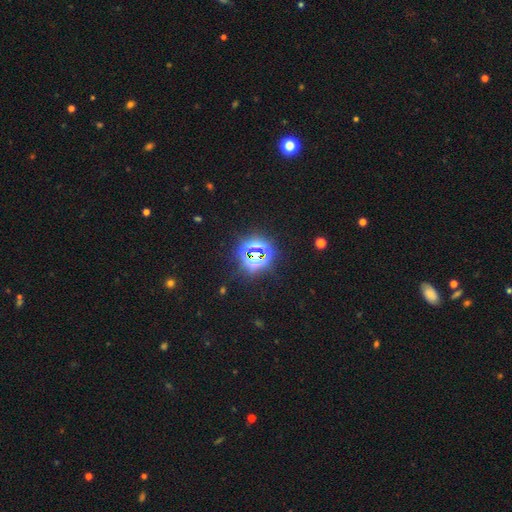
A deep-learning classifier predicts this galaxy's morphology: A star or artifact, not a galaxy (72%).